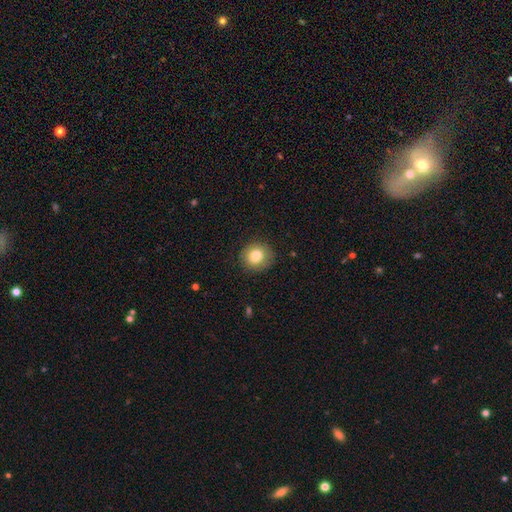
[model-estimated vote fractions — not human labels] A smooth galaxy with no disk features (81%) that is round (84%).

Vote fractions:
- Smooth or featured? smooth: 81% / star or artifact: 10% / featured or disk: 9%
- How rounded? round: 84% / in between: 15% / cigar-shaped: 1%
- Merging? none: 86% / minor disturbance: 10% / major disturbance: 3% / merger: 1%